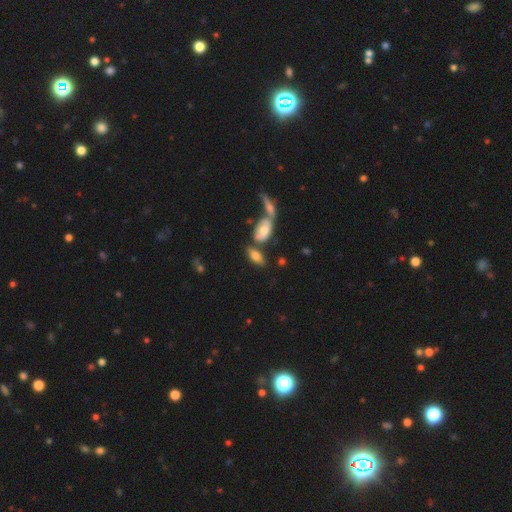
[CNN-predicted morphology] Q: Smooth or featured?
A: smooth (67%); runner-up: featured or disk (25%)
Q: How rounded?
A: in between (86%); runner-up: cigar-shaped (10%)
Q: Merging?
A: none (45%); runner-up: merger (32%)